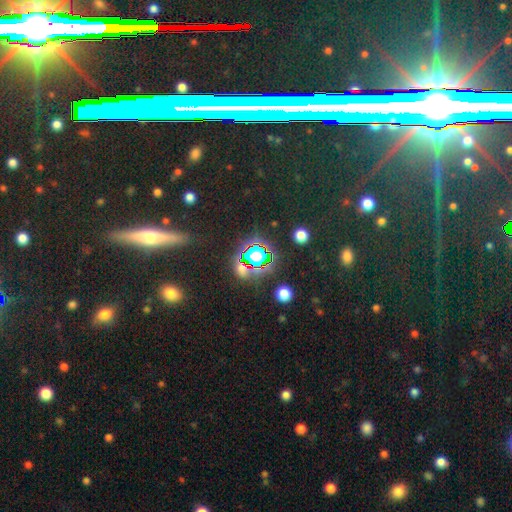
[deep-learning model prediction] A star or artifact, not a galaxy (65%).

Vote fractions:
- Smooth or featured? star or artifact: 65% / smooth: 24% / featured or disk: 11%